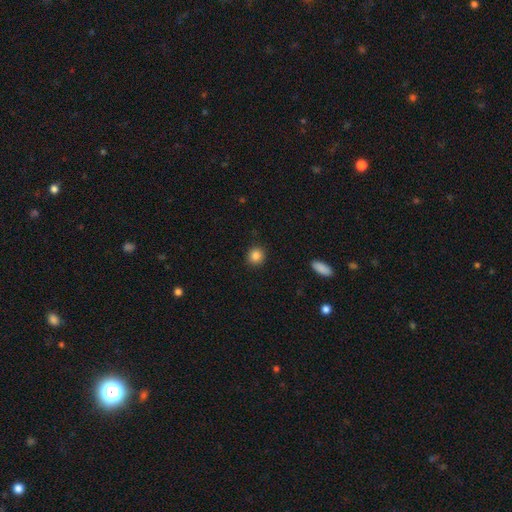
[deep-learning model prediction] This is clearly a smooth galaxy (85%). How rounded: clearly round (89%). Merging: clearly none (91%).